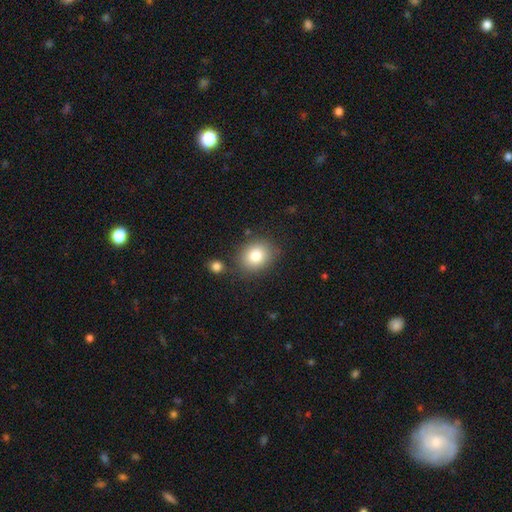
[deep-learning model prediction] smooth-or-featured: smooth: 82% | star or artifact: 9% | featured or disk: 9%
  how-rounded: round: 54% | in between: 45% | cigar-shaped: 1%
  merging: none: 78% | minor disturbance: 12% | merger: 7% | major disturbance: 4%